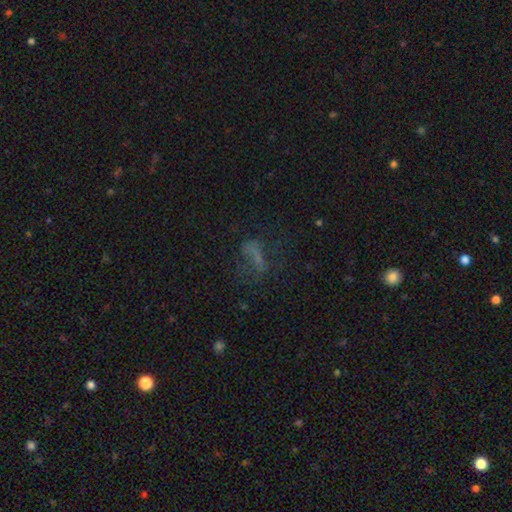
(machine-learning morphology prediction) Smooth or featured: smooth — 39% (featured or disk — 32%)
Merging: none — 45% (major disturbance — 31%)